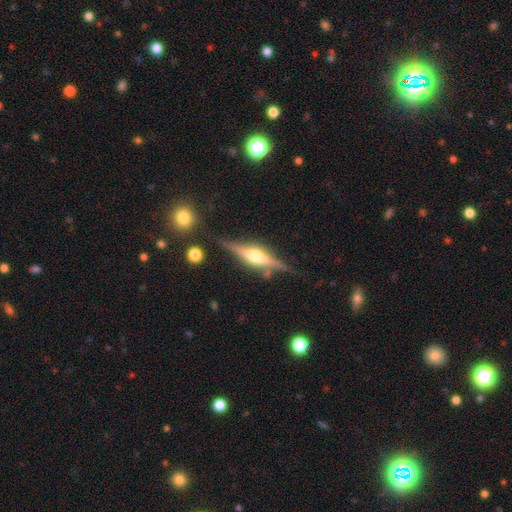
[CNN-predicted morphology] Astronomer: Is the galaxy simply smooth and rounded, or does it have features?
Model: featured or disk — 78%.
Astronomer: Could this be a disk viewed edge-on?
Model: yes — 97%.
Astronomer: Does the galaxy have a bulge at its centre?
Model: rounded — 87%.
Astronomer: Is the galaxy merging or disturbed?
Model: none — 81%.